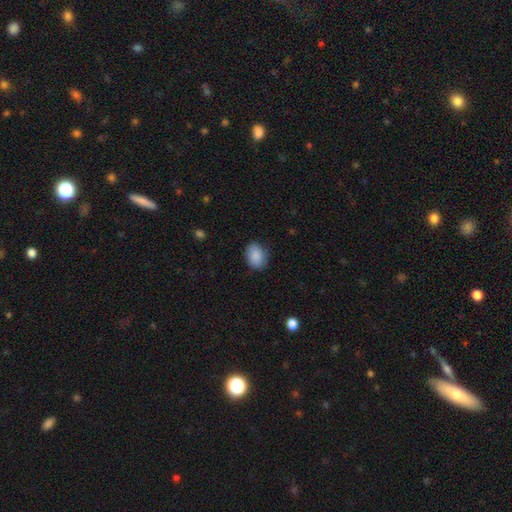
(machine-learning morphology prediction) smooth 88%, star or artifact 7%, featured or disk 6%. Down the decision tree: how rounded — in between (65%); merging — none (80%).